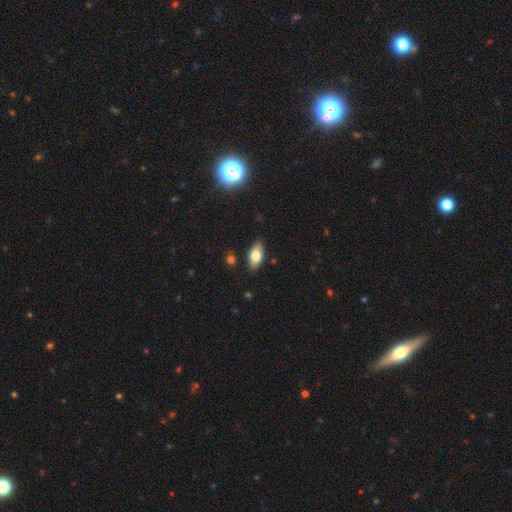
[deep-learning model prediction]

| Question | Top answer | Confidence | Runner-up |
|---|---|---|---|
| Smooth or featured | smooth | 76% | featured or disk (16%) |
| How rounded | in between | 89% | cigar-shaped (7%) |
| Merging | none | 85% | minor disturbance (11%) |